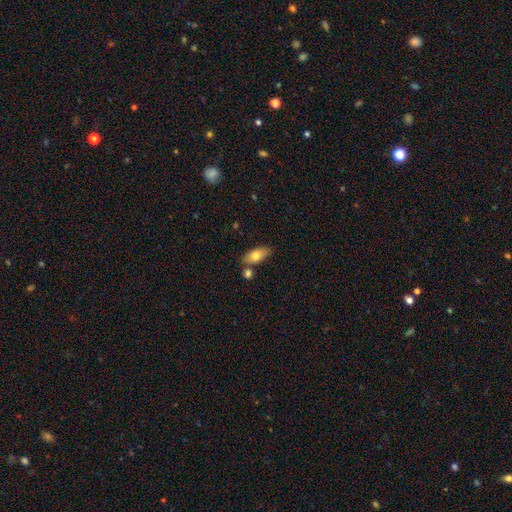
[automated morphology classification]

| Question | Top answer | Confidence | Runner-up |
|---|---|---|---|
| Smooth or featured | smooth | 76% | featured or disk (17%) |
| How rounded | in between | 85% | cigar-shaped (11%) |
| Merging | none | 72% | minor disturbance (13%) |